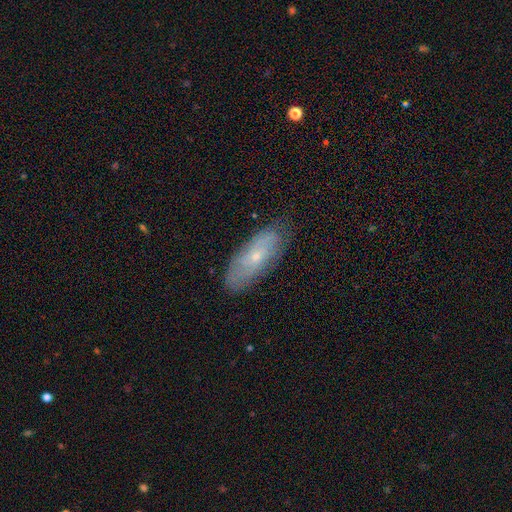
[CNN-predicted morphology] Overall: featured or disk (49%; smooth 43%). Merging: none (79%).